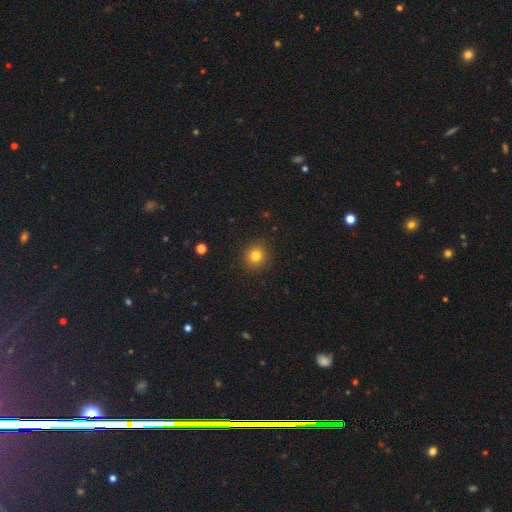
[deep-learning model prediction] A smooth galaxy with no disk features (81%) that is round (86%). Merging: none (91%).